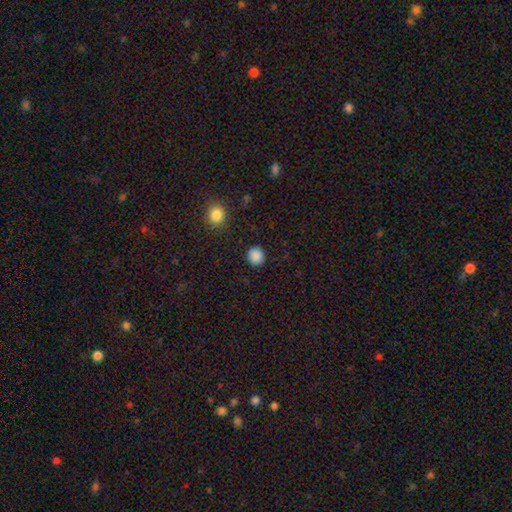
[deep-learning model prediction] Smooth or featured: smooth — 88% (star or artifact — 9%)
How rounded: round — 84% (in between — 15%)
Merging: none — 90% (minor disturbance — 6%)